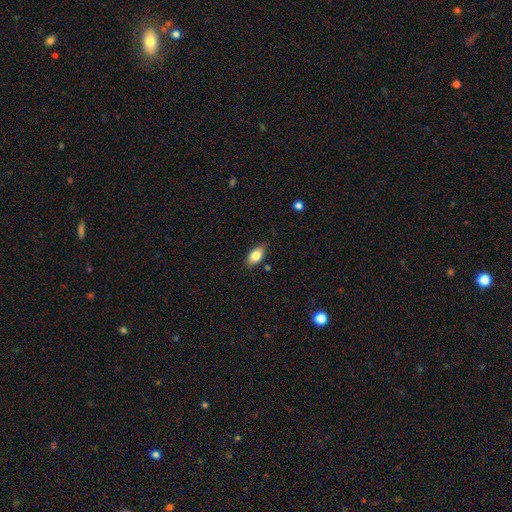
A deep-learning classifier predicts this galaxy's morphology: The model was most divided on "merging": none: 81%, minor disturbance: 15%, major disturbance: 3%, merger: 2%. More confident: how rounded — in between (90%); smooth or featured — smooth (82%).